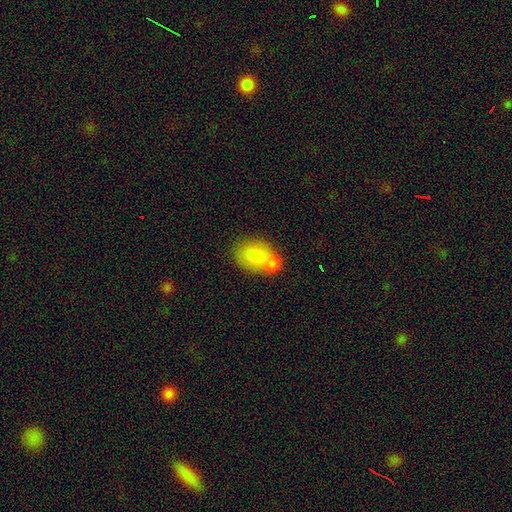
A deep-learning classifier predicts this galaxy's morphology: type=smooth (78%); roundness=in between (77%); merging=merger (42%).